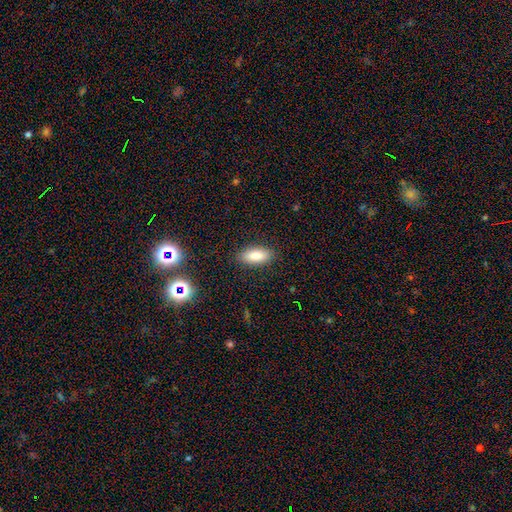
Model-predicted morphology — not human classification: Smooth or featured: smooth — 82% (featured or disk — 10%)
How rounded: in between — 81% (cigar-shaped — 16%)
Merging: none — 88% (minor disturbance — 9%)